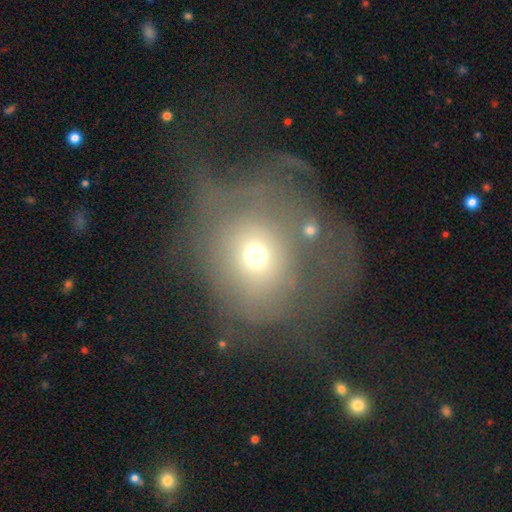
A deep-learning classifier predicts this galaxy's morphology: type=smooth (50%); merging=major disturbance (58%).